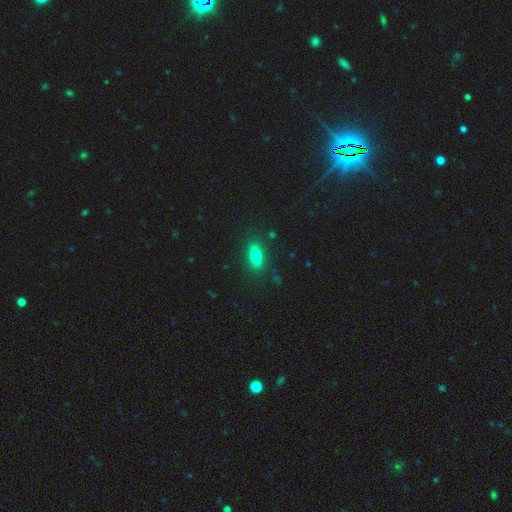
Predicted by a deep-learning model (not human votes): Smooth or featured: smooth — 73% (featured or disk — 18%)
How rounded: in between — 56% (cigar-shaped — 40%)
Merging: none — 85% (minor disturbance — 10%)